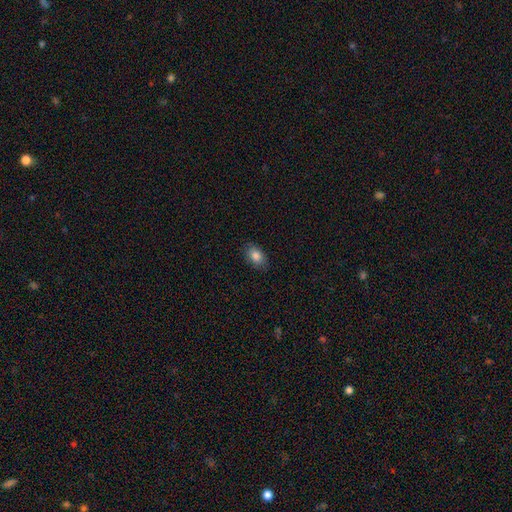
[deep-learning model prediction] Morphology: type=smooth (85%); roundness=in between (86%); merging=none (85%).